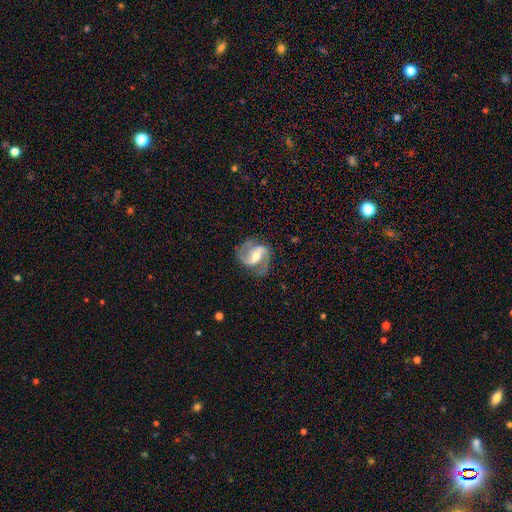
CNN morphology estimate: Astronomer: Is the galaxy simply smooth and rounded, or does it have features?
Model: featured or disk — 89%.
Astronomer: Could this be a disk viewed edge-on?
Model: no — 98%.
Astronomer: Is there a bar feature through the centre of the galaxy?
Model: weak — 44% (runner-up: strong, 32%).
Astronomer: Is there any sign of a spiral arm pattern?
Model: yes — 97%.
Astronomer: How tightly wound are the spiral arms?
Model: medium — 59%.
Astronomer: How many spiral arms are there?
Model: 2 — 92%.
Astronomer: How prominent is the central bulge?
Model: moderate — 69%.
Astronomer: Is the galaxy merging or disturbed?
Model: none — 78%.